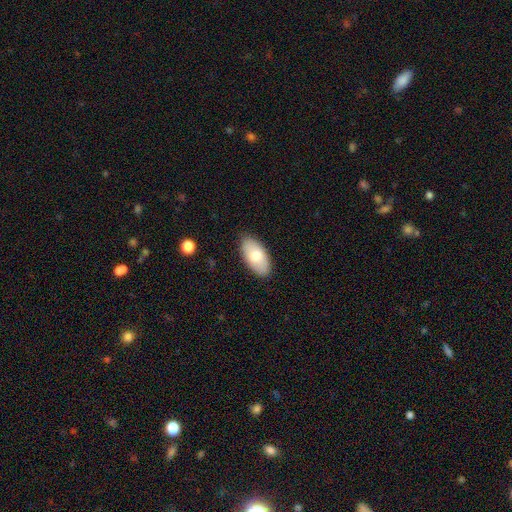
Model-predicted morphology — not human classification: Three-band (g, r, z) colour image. It shows a smooth galaxy with no disk features (75%) that is in between round and cigar-shaped (94%). Merging: none (87%).